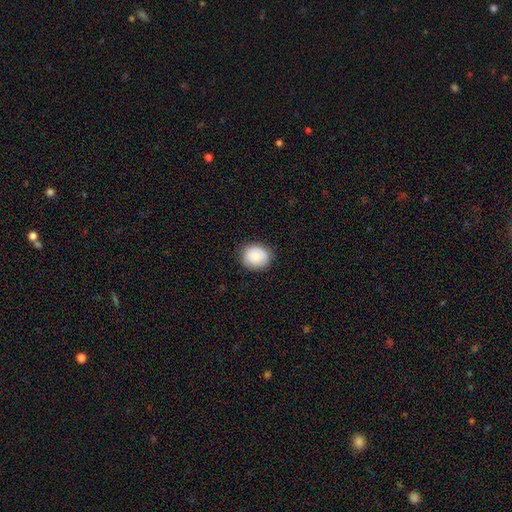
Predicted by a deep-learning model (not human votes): Overall: smooth (84%). How rounded: round (75%). Merging: none (84%).